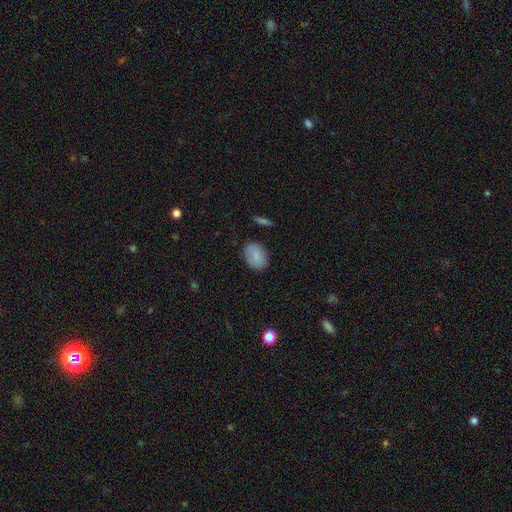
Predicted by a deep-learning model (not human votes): smooth 83%, featured or disk 10%, star or artifact 7%. Down the decision tree: how rounded — in between (74%); merging — none (85%).